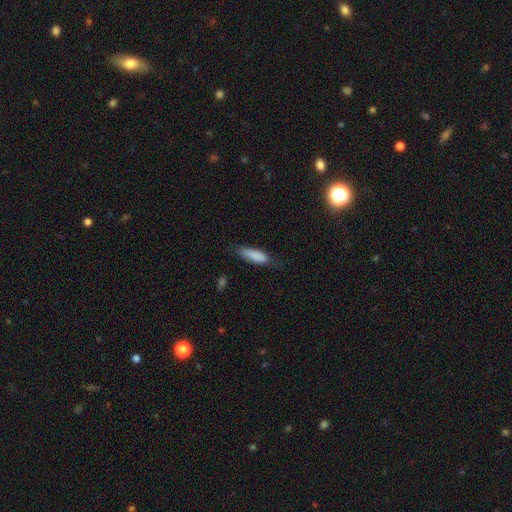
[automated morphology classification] Smooth or featured?
  - smooth: 85% *
  - featured or disk: 9%
  - star or artifact: 6%
How rounded?
  - cigar-shaped: 57% *
  - in between: 41%
  - round: 2%
Merging?
  - none: 69% *
  - minor disturbance: 23%
  - major disturbance: 6%
  - merger: 2%